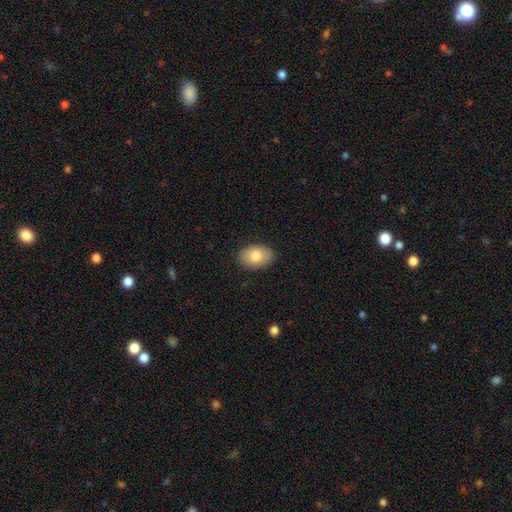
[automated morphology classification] This is likely a smooth galaxy (80%). How rounded: clearly in between (84%). Merging: clearly none (88%).